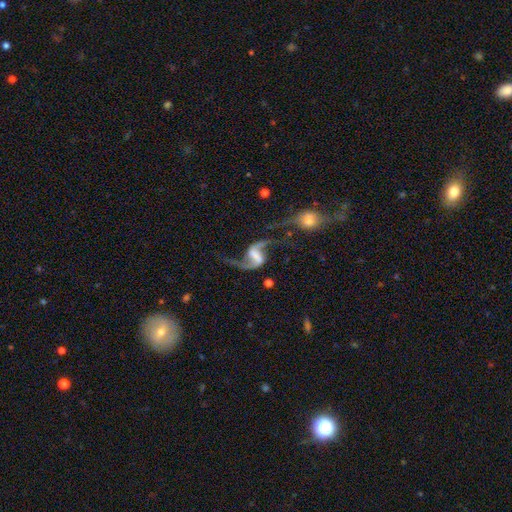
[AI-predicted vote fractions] A featured or disk galaxy (90%) with a strong bar (48%), 2 (93%) loose (83%) spiral arms (96%) and no central bulge (49%).

Vote fractions:
- Smooth or featured? featured or disk: 90% / star or artifact: 5% / smooth: 5%
- Edge-on disk? no: 98% / yes: 2%
- Bar? strong: 48% / weak: 37% / no: 15%
- Spiral arms? yes: 96% / no: 4%
- Spiral winding? loose: 83% / medium: 13% / tight: 3%
- Spiral arm count? 2: 93% / 1: 2% / can't tell: 1% / 3: 1% / 4: 1% / more than 4: 1%
- Bulge size? none: 49% / small: 21% / moderate: 17% / large: 11% / dominant: 3%
- Merging? none: 54% / major disturbance: 18% / merger: 14% / minor disturbance: 14%